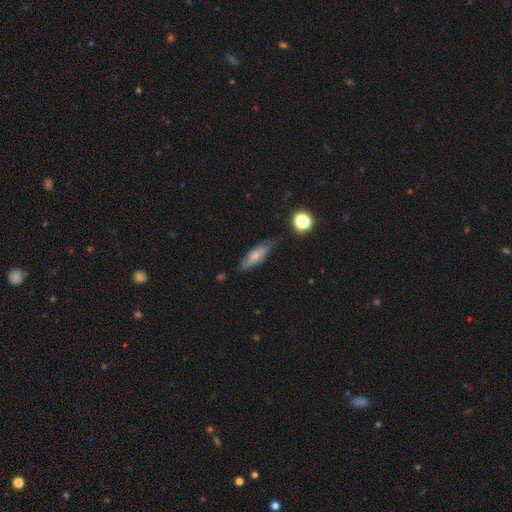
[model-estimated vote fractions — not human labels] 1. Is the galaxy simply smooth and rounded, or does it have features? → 58% smooth, 33% featured or disk, 8% star or artifact.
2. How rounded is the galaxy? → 53% cigar-shaped, 44% in between, 3% round.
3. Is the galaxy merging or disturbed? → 74% none, 20% minor disturbance, 4% major disturbance, 2% merger.